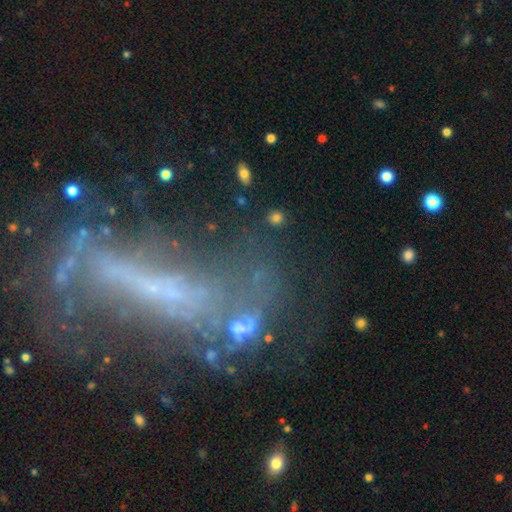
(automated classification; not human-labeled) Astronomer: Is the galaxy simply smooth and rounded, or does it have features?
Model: featured or disk — 62%.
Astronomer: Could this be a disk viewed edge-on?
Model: no — 76%.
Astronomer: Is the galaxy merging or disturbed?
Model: none — 45% (runner-up: major disturbance, 27%).